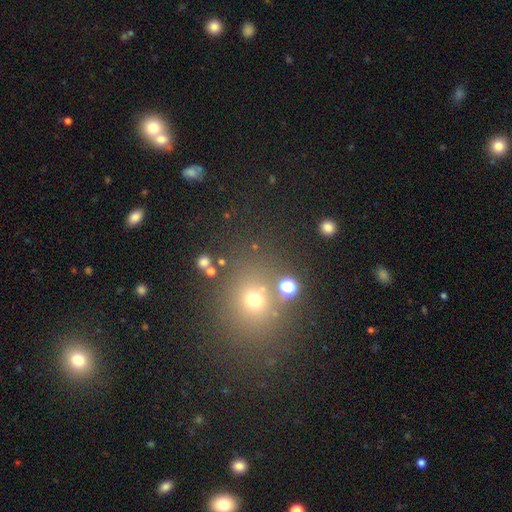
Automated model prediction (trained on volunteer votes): smooth-or-featured: smooth: 50% | star or artifact: 39% | featured or disk: 11%
  how-rounded: round: 73% | in between: 26% | cigar-shaped: 1%
  merging: none: 78% | merger: 9% | minor disturbance: 9% | major disturbance: 4%